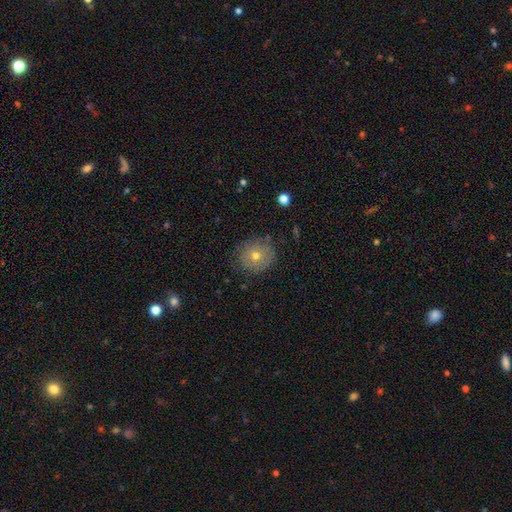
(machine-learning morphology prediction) smooth_or_featured: smooth (p=0.61) [alt: featured or disk p=0.25]
how_rounded: round (p=0.88) [alt: in between p=0.11]
merging: none (p=0.83) [alt: minor disturbance p=0.12]